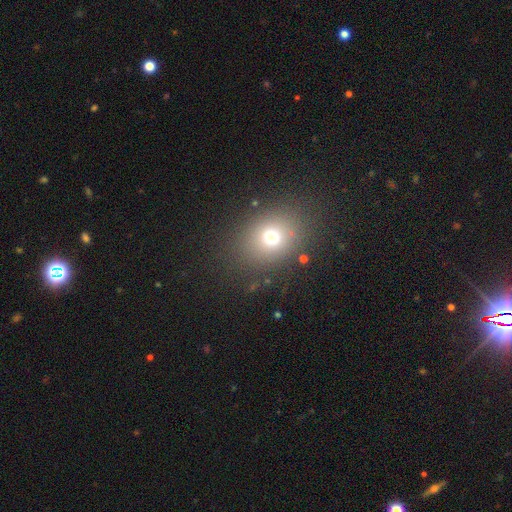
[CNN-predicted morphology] Smooth or featured: smooth — 62% (star or artifact — 28%)
How rounded: in between — 51% (round — 47%)
Merging: none — 88% (minor disturbance — 7%)